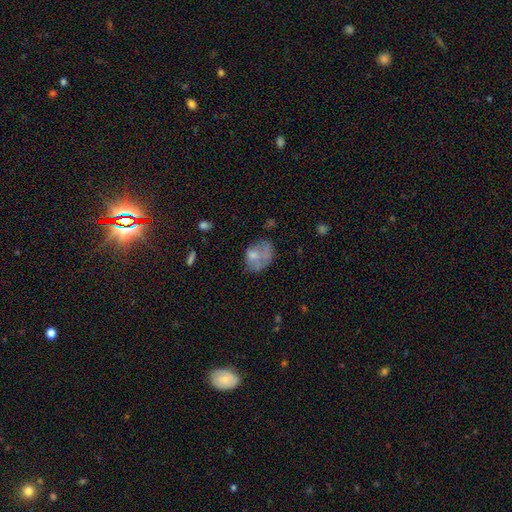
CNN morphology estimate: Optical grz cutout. It shows a smooth galaxy with no disk features (60%) that is in between round and cigar-shaped (66%). Merging: none (33%).